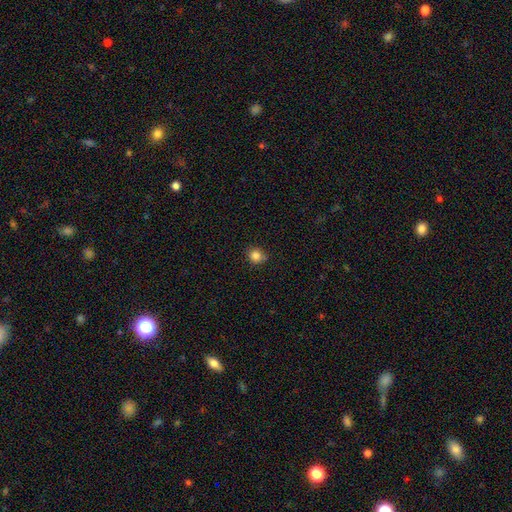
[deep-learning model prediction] smooth_or_featured: smooth (p=0.84) [alt: star or artifact p=0.12]
how_rounded: round (p=0.86) [alt: in between p=0.13]
merging: none (p=0.81) [alt: minor disturbance p=0.15]